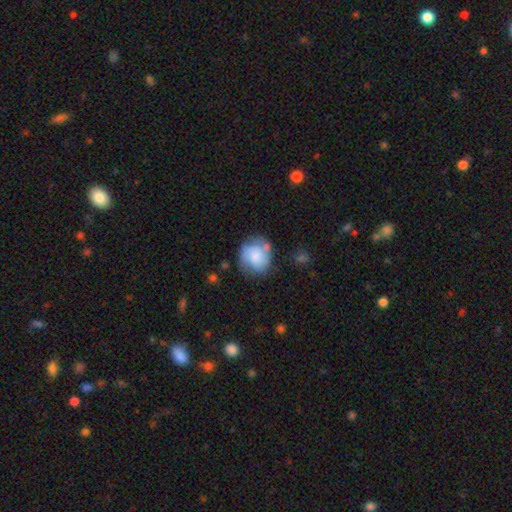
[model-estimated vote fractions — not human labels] smooth-or-featured: smooth: 59% | featured or disk: 33% | star or artifact: 8%
  how-rounded: round: 75% | in between: 24% | cigar-shaped: 1%
  merging: none: 59% | minor disturbance: 25% | major disturbance: 10% | merger: 6%